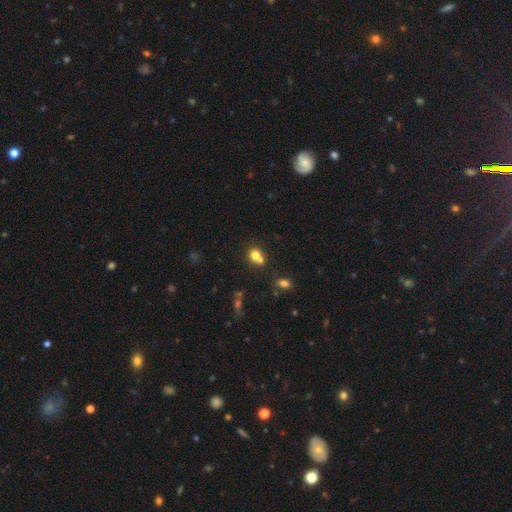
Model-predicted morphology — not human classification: Q: Smooth or featured?
A: smooth (74%); runner-up: featured or disk (13%)
Q: How rounded?
A: round (65%); runner-up: in between (34%)
Q: Merging?
A: merger (48%); runner-up: none (38%)